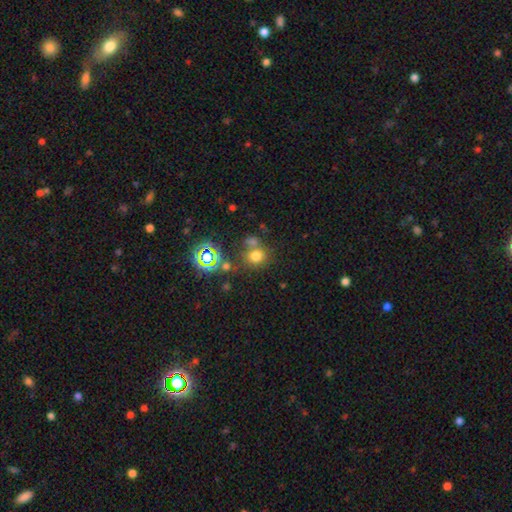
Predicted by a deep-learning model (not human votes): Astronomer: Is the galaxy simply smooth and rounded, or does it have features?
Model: smooth — 68%.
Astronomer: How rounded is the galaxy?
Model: round — 81%.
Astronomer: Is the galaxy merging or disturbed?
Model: none — 60%.